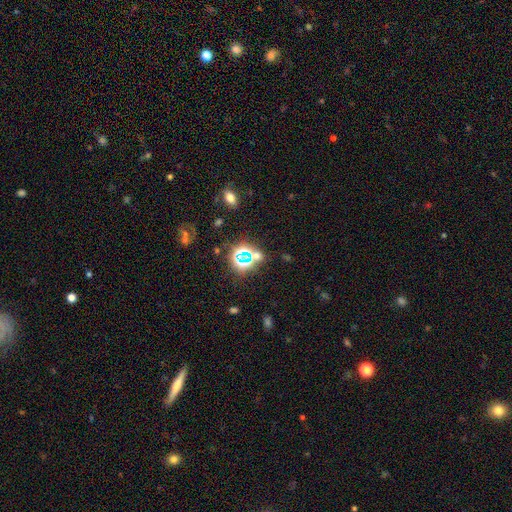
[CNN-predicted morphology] Smooth or featured: star or artifact — 65% (smooth — 26%)